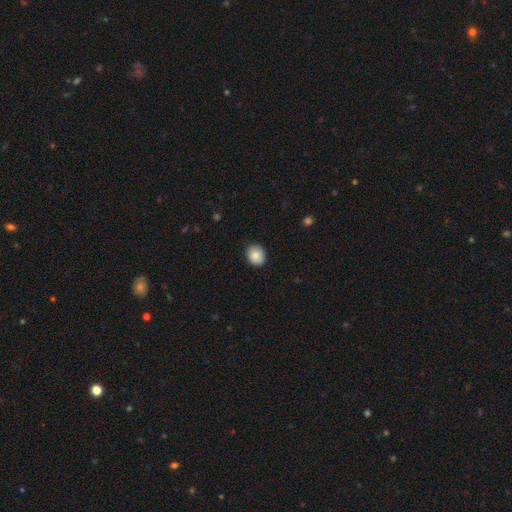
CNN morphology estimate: smooth-or-featured: smooth: 86% | star or artifact: 8% | featured or disk: 6%
  how-rounded: round: 64% | in between: 36% | cigar-shaped: 1%
  merging: none: 86% | minor disturbance: 11% | major disturbance: 2% | merger: 1%